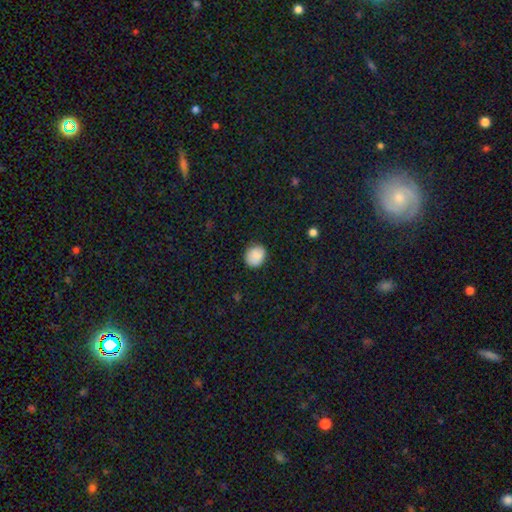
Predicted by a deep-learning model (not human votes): A smooth galaxy with no disk features (88%) that is round (69%). Merging: none (86%).